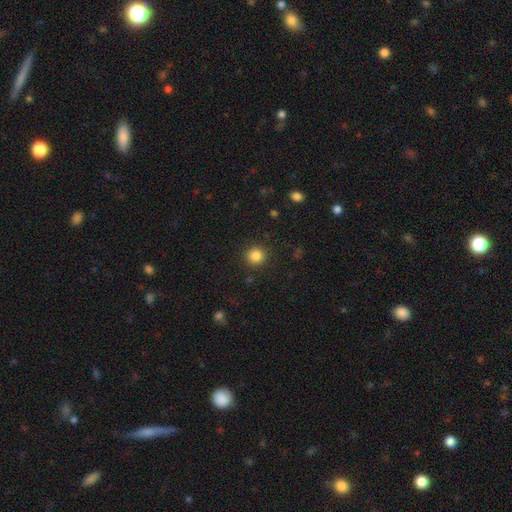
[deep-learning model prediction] Morphology: type=smooth (84%); roundness=round (95%); merging=none (91%).